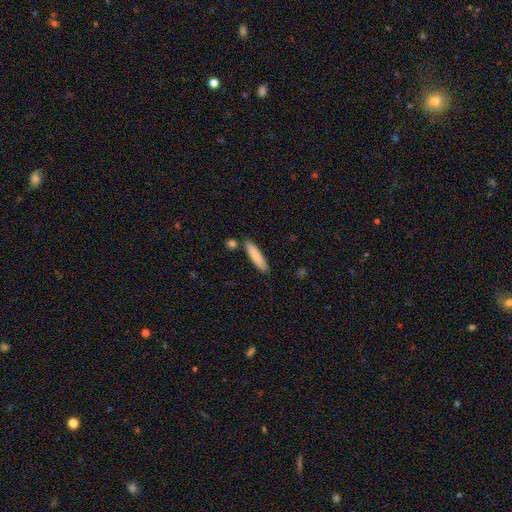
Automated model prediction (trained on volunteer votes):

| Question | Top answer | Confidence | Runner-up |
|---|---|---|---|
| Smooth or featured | smooth | 82% | featured or disk (12%) |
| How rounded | cigar-shaped | 78% | in between (21%) |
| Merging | none | 83% | minor disturbance (10%) |